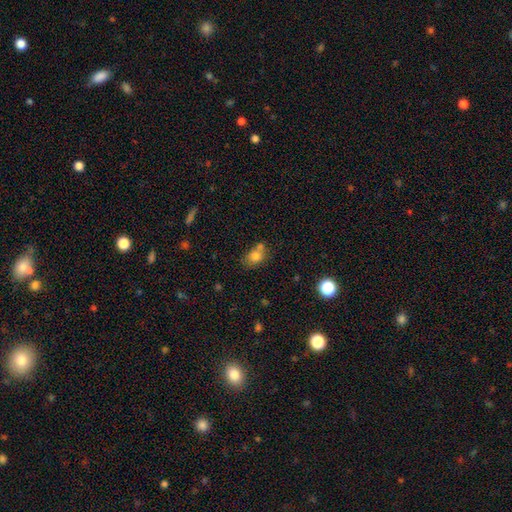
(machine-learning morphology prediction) The model was most divided on "merging": none: 46%, merger: 31%, minor disturbance: 17%, major disturbance: 6%. More confident: smooth or featured — smooth (78%); how rounded — in between (60%).